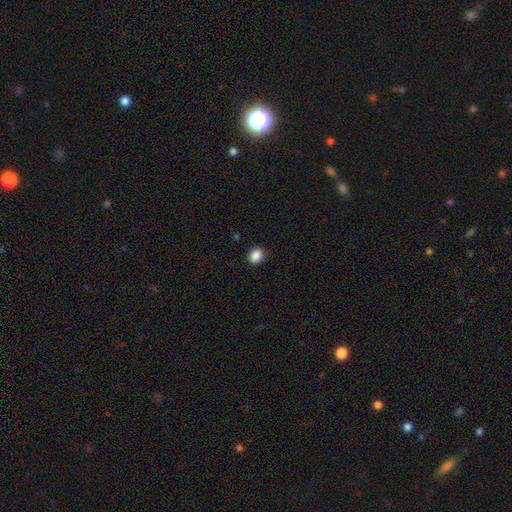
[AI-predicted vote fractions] The model was most divided on "how rounded": round: 63%, in between: 36%, cigar-shaped: 1%. More confident: smooth or featured — smooth (88%); merging — none (88%).